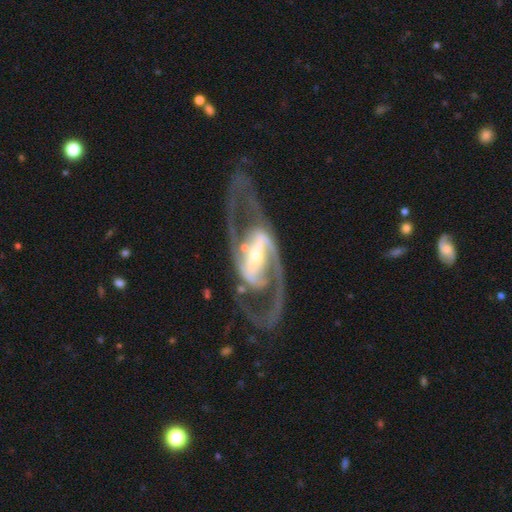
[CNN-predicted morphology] This appears to be a featured or disk galaxy (92%) with a strong bar (68%), 2 (92%) medium (59%) spiral arms (96%) and a small central bulge (57%). Merging: none (72%).